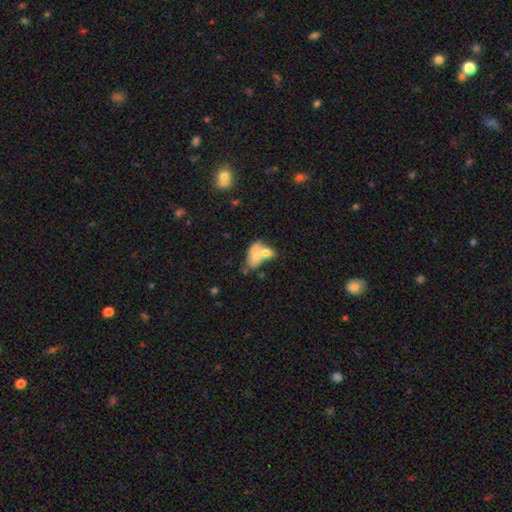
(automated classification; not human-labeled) Q: Smooth or featured?
A: smooth (61%); runner-up: featured or disk (31%)
Q: How rounded?
A: in between (84%); runner-up: round (14%)
Q: Merging?
A: merger (67%); runner-up: none (16%)